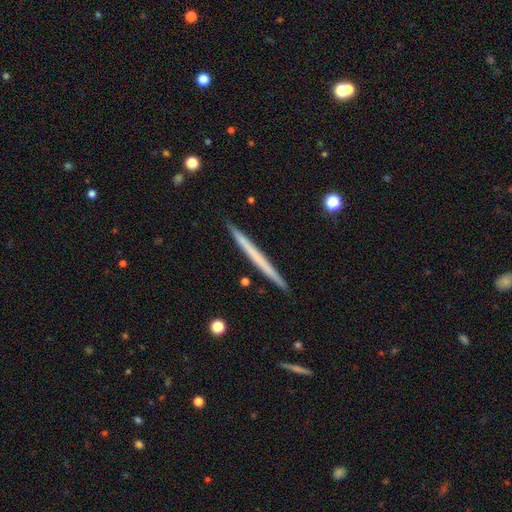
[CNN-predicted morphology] Smooth or featured?
  - smooth: 48% *
  - featured or disk: 47%
  - star or artifact: 5%
Merging?
  - none: 92% *
  - minor disturbance: 6%
  - merger: 1%
  - major disturbance: 1%